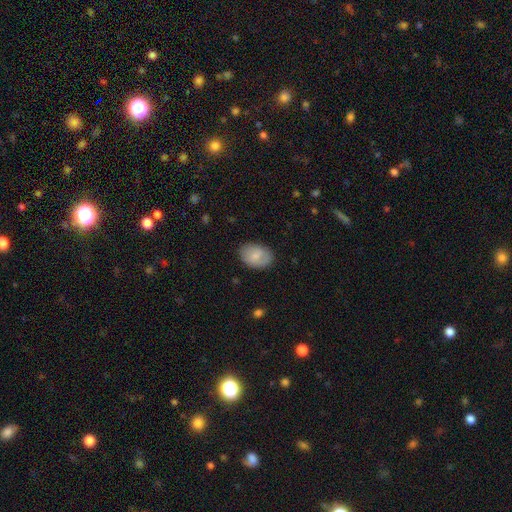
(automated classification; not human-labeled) This appears to be a smooth galaxy with no disk features (78%) that is in between round and cigar-shaped (83%). Merging: none (83%).